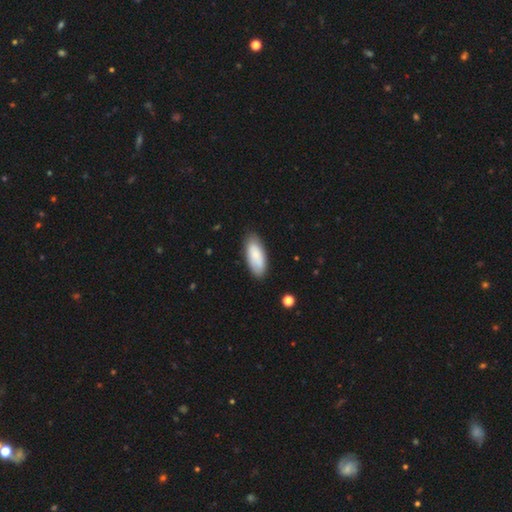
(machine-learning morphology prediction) smooth 82%, featured or disk 12%, star or artifact 6%. Down the decision tree: how rounded — in between (83%); merging — none (83%).